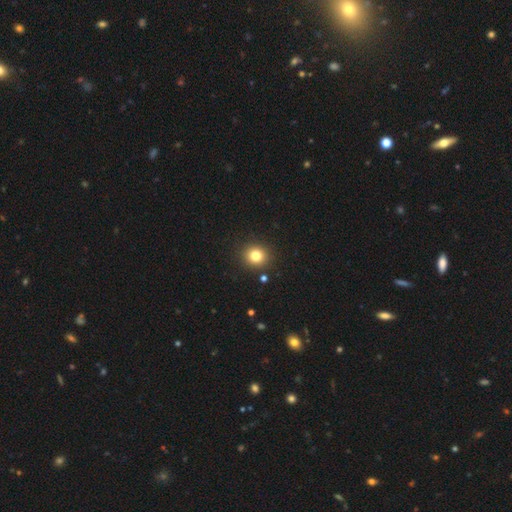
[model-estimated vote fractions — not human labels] This appears to be a smooth galaxy with no disk features (80%) that is round (88%). Merging: none (90%).